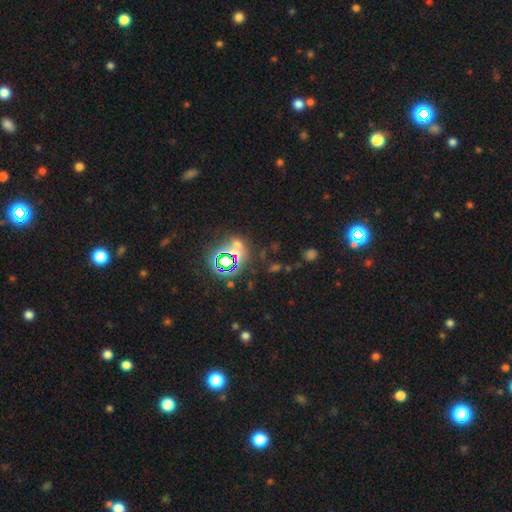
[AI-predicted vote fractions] star or artifact 69%, smooth 20%, featured or disk 11%.